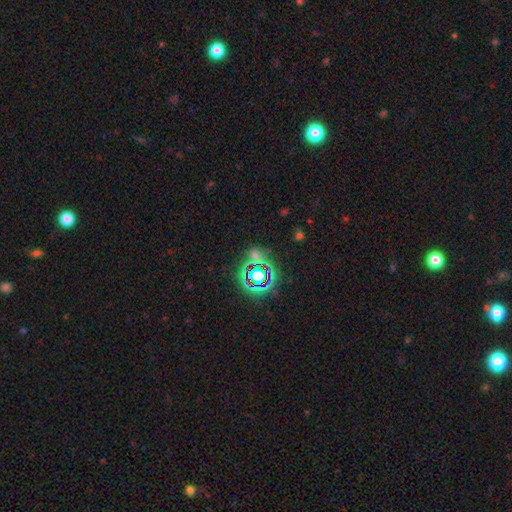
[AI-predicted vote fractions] star or artifact 63%, smooth 27%, featured or disk 10%.